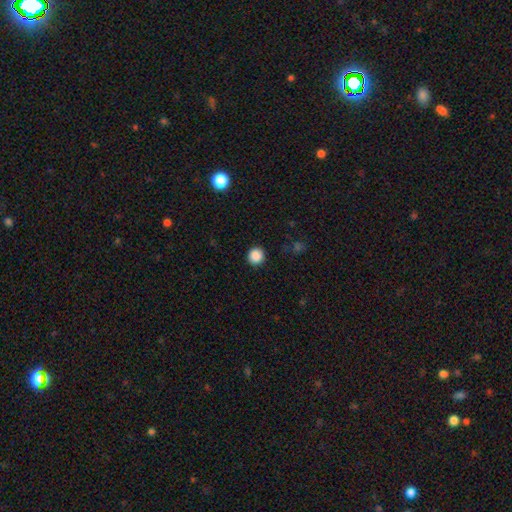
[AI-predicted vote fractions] smooth_or_featured: smooth (p=0.88) [alt: star or artifact p=0.09]
how_rounded: round (p=0.92) [alt: in between p=0.07]
merging: none (p=0.92) [alt: minor disturbance p=0.06]